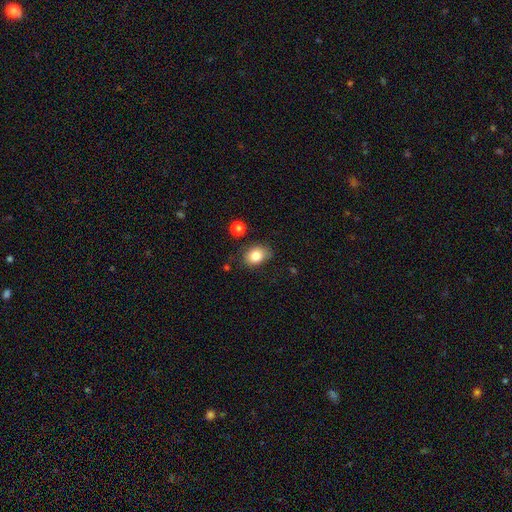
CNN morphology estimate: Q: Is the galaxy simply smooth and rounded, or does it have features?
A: smooth — 83%.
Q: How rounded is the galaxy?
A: in between — 69%.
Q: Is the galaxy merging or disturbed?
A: none — 75%.